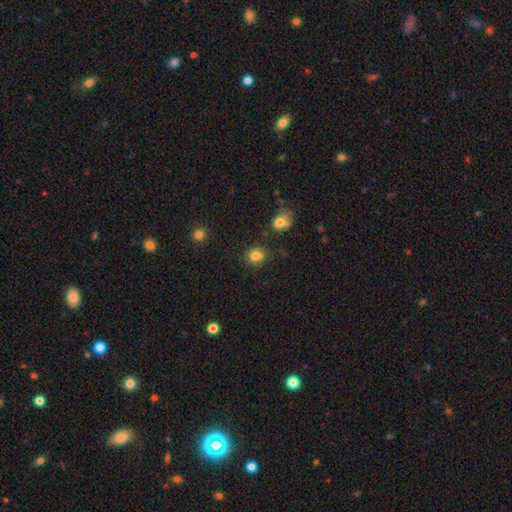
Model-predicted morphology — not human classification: Smooth or featured: smooth — 83% (star or artifact — 11%)
How rounded: round — 80% (in between — 19%)
Merging: none — 83% (minor disturbance — 10%)